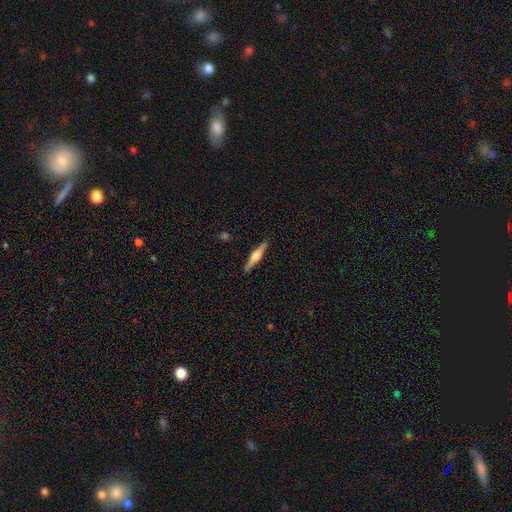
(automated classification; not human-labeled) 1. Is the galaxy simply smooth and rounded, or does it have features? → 65% featured or disk, 29% smooth, 5% star or artifact.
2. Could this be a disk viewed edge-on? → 98% yes, 2% no.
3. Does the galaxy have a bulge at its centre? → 90% rounded, 7% boxy, 3% none.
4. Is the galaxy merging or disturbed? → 90% none, 7% minor disturbance, 1% major disturbance, 1% merger.